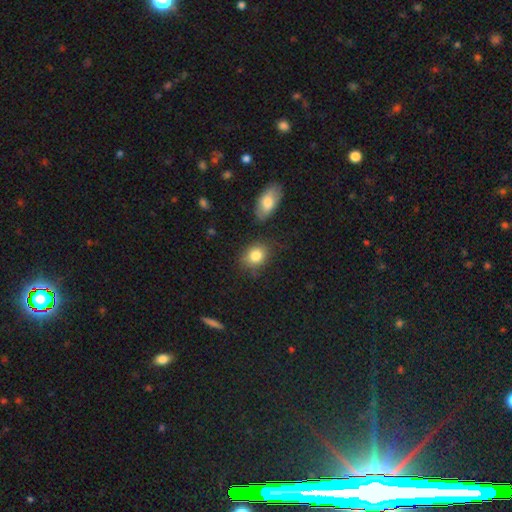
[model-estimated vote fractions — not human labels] This is clearly a smooth galaxy (84%). How rounded: possibly in between (52%). Merging: likely none (73%).